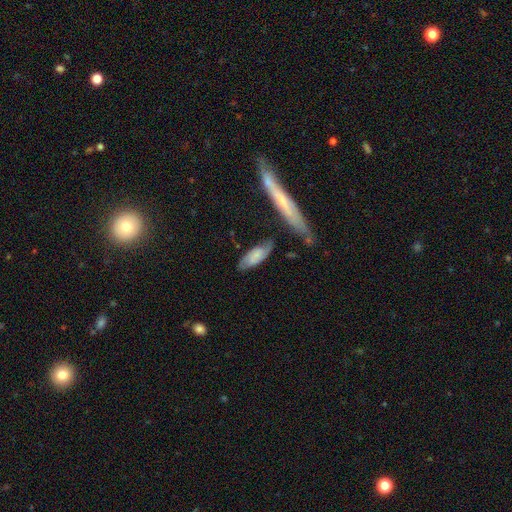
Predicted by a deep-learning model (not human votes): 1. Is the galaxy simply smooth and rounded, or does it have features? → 50% smooth, 43% featured or disk, 7% star or artifact.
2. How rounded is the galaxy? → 70% in between, 28% cigar-shaped, 2% round.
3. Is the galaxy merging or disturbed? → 68% none, 21% minor disturbance, 6% major disturbance, 5% merger.